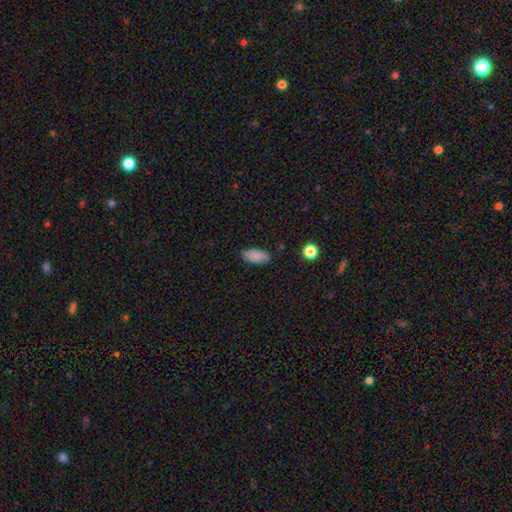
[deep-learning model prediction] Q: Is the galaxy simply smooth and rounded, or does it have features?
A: smooth — 86%.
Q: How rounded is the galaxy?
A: in between — 92%.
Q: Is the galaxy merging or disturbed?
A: none — 82%.